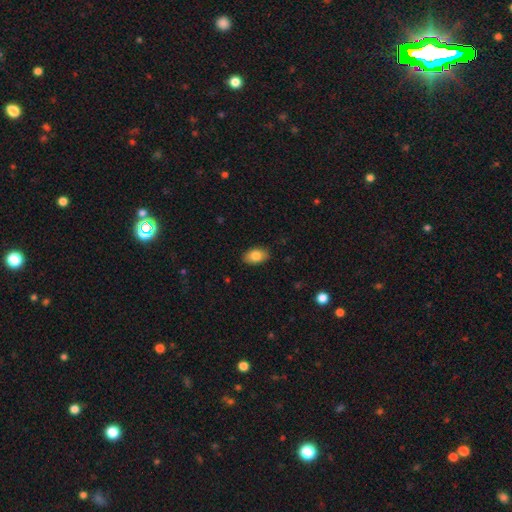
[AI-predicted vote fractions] smooth-or-featured: smooth: 84% | featured or disk: 9% | star or artifact: 7%
  how-rounded: in between: 90% | round: 9% | cigar-shaped: 1%
  merging: none: 88% | minor disturbance: 9% | major disturbance: 2% | merger: 1%